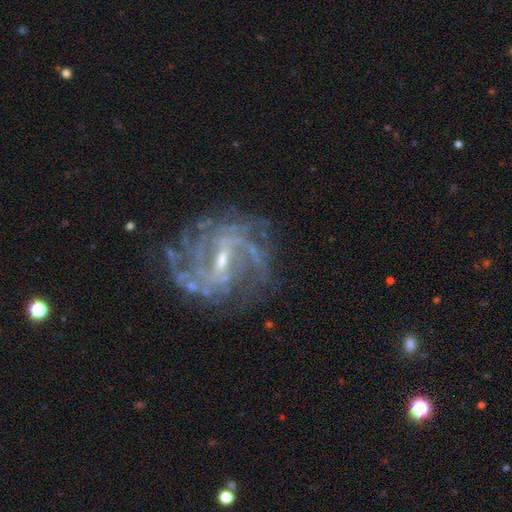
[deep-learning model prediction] smooth-or-featured: featured or disk: 90% | star or artifact: 7% | smooth: 4%
  disk-edge-on: no: 97% | yes: 3%
    bar: weak: 53% | strong: 34% | no: 13%
    has-spiral-arms: yes: 96% | no: 4%
      spiral-winding: tight: 45% | medium: 42% | loose: 13%
      spiral-arm-count: 2: 27% | can't tell: 26% | 3: 18% | 4: 14% | more than 4: 8% | 1: 7%
    bulge-size: small: 58% | moderate: 36% | none: 4% | large: 1% | dominant: 1%
  merging: none: 71% | minor disturbance: 17% | major disturbance: 11% | merger: 2%